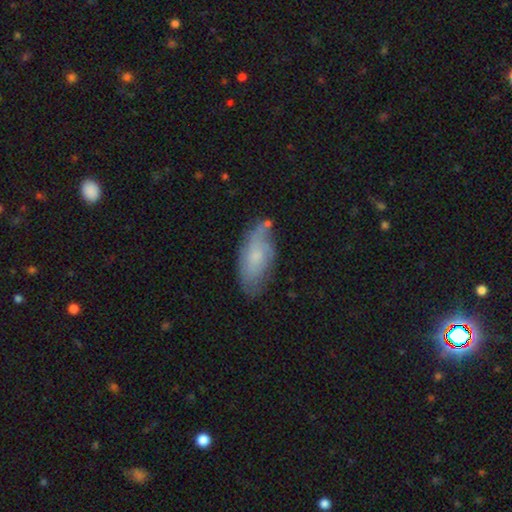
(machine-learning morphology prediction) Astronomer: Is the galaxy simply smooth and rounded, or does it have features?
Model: smooth — 53% (runner-up: featured or disk, 39%).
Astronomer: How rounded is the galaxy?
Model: in between — 85%.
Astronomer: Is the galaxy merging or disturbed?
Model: none — 61%.